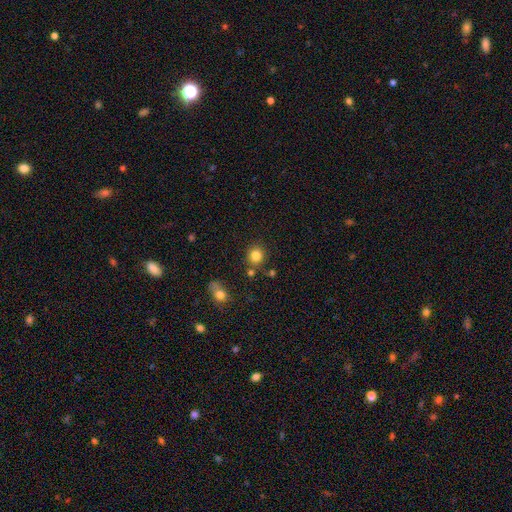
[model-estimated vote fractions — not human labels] smooth 82%, star or artifact 11%, featured or disk 6%. Down the decision tree: how rounded — round (87%); merging — none (81%).